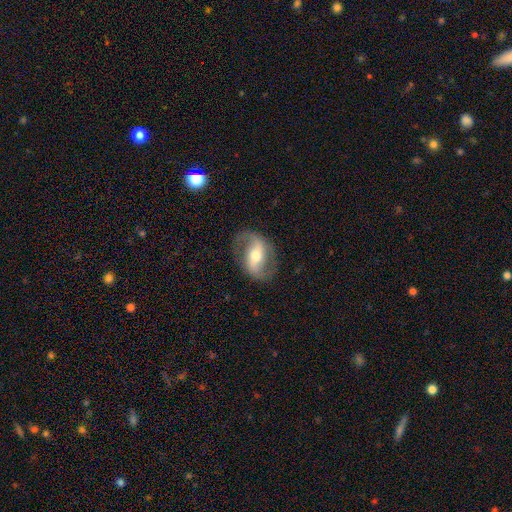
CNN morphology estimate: Overall: featured or disk (80%). Edge-on disk: no (95%). Bar: strong (39%; weak 38%). Spiral arms: yes (90%). Spiral arm count: 2 (90%). Spiral winding: loose (51%; medium 37%). Bulge size: moderate (65%). Merging: none (80%).